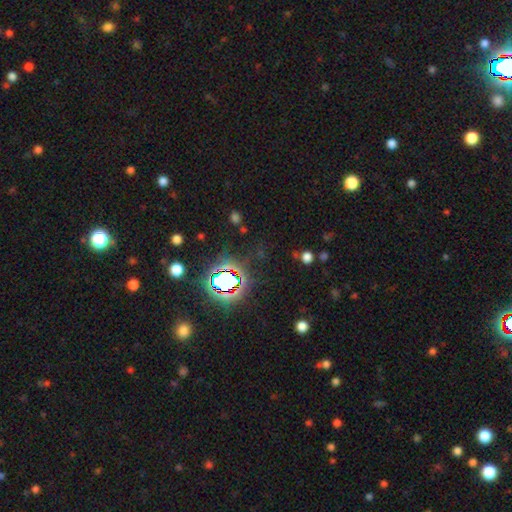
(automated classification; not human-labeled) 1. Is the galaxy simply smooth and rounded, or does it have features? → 78% star or artifact, 14% smooth, 9% featured or disk.